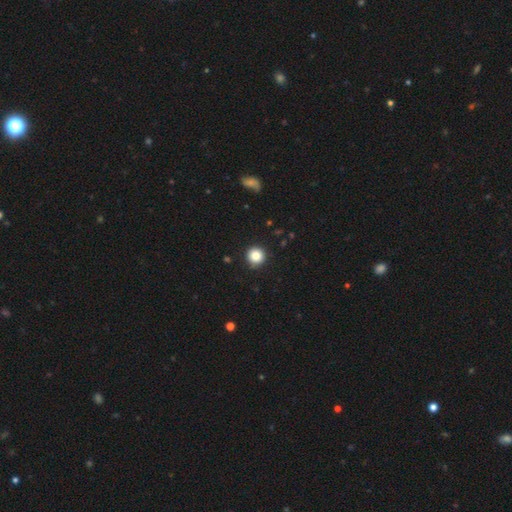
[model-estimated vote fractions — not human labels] Smooth or featured: smooth — 85% (star or artifact — 10%)
How rounded: round — 95% (in between — 4%)
Merging: none — 91% (minor disturbance — 6%)